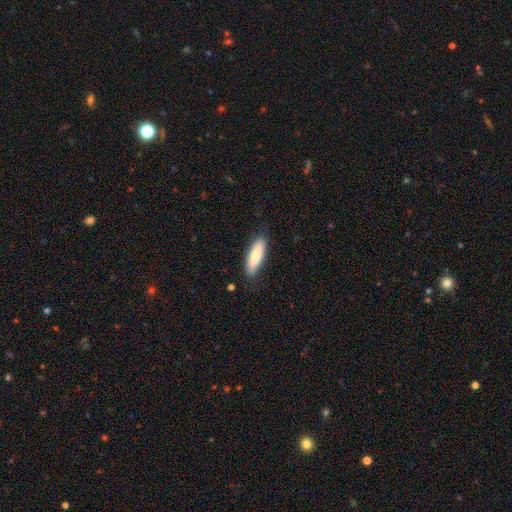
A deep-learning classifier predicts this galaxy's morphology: Q: Smooth or featured?
A: smooth (80%); runner-up: featured or disk (14%)
Q: How rounded?
A: in between (49%); tied with: cigar-shaped (49%)
Q: Merging?
A: none (85%); runner-up: minor disturbance (12%)